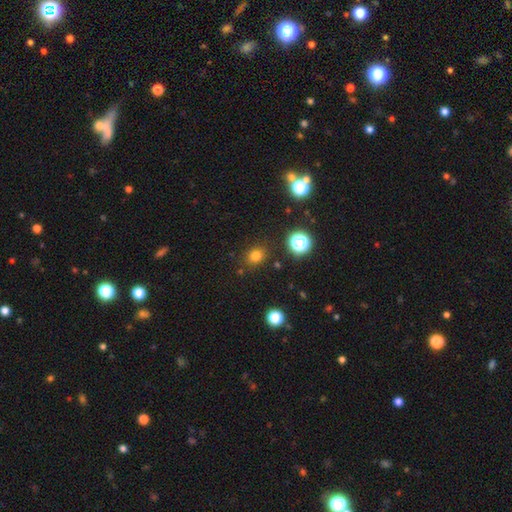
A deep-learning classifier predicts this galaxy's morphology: A smooth galaxy with no disk features (77%) that is round (64%). Merging: none (85%).